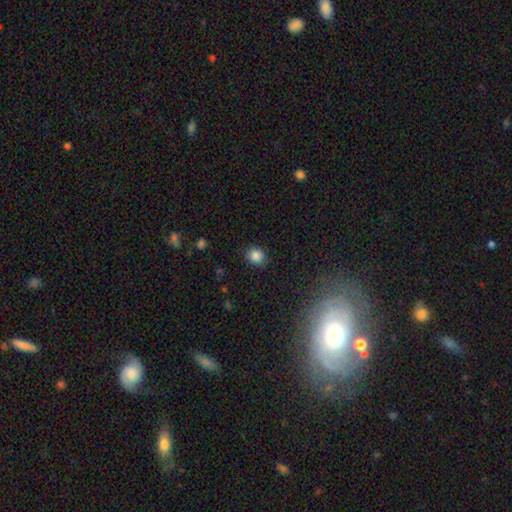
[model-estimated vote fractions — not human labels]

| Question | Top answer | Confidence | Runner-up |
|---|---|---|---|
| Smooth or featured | smooth | 86% | star or artifact (11%) |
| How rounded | round | 79% | in between (20%) |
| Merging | none | 86% | minor disturbance (10%) |